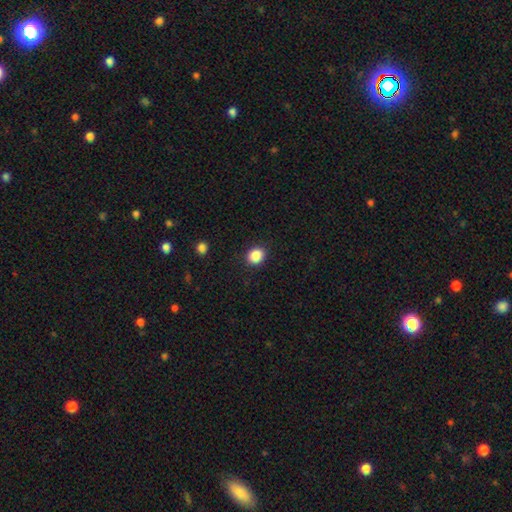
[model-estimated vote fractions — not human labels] Smooth or featured? Predicted: smooth (p=0.87). How rounded? Predicted: round (p=0.65). Merging? Predicted: none (p=0.90).